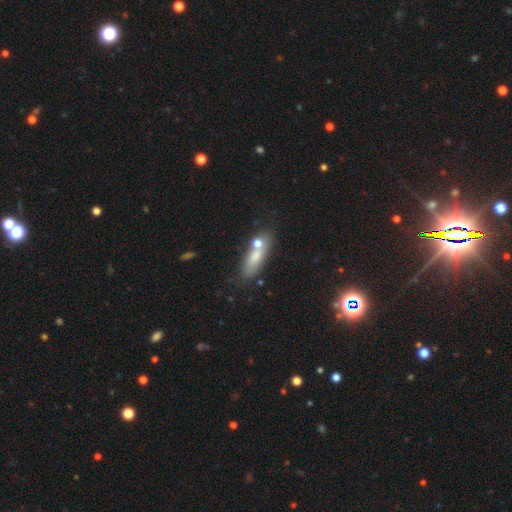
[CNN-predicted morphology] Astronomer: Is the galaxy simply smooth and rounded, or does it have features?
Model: smooth — 69%.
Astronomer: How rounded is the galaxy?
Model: in between — 57% (runner-up: cigar-shaped, 37%).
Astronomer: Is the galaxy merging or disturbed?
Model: none — 53%.